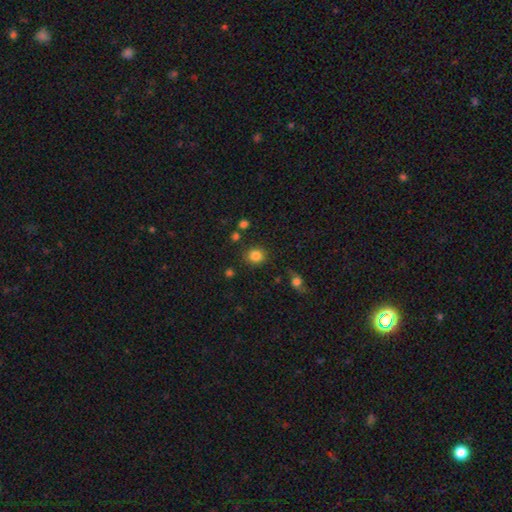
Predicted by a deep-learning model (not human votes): smooth-or-featured: smooth: 84% | star or artifact: 11% | featured or disk: 5%
  how-rounded: round: 83% | in between: 16% | cigar-shaped: 1%
  merging: none: 84% | minor disturbance: 9% | merger: 4% | major disturbance: 3%